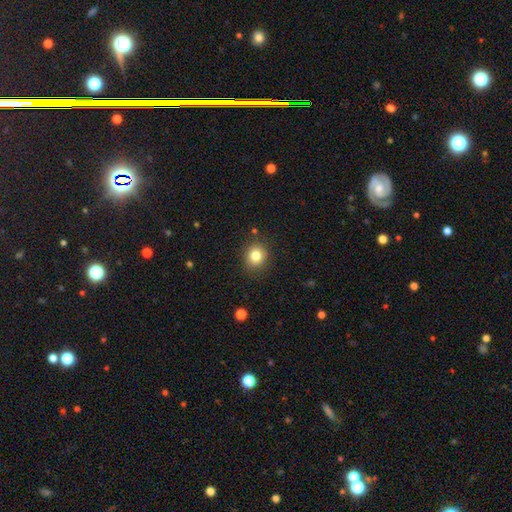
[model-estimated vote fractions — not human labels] A smooth galaxy with no disk features (82%) that is round (79%).

Vote fractions:
- Smooth or featured? smooth: 82% / star or artifact: 11% / featured or disk: 7%
- How rounded? round: 79% / in between: 20% / cigar-shaped: 1%
- Merging? none: 87% / minor disturbance: 9% / major disturbance: 3% / merger: 2%